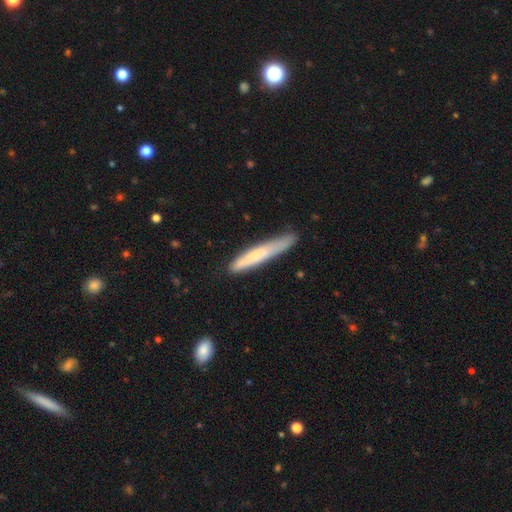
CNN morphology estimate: This appears to be a smooth galaxy with no disk features (67%) that is cigar-shaped (94%). Merging: none (73%).